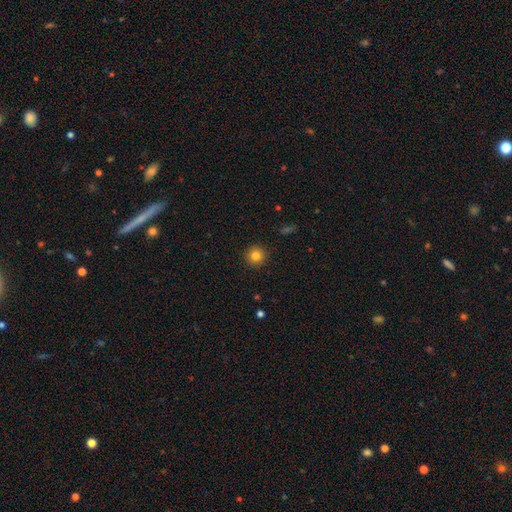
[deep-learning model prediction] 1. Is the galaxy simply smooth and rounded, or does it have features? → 83% smooth, 11% star or artifact, 6% featured or disk.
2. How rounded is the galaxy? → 95% round, 4% in between, 1% cigar-shaped.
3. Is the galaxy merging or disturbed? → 92% none, 5% minor disturbance, 2% major disturbance, 1% merger.